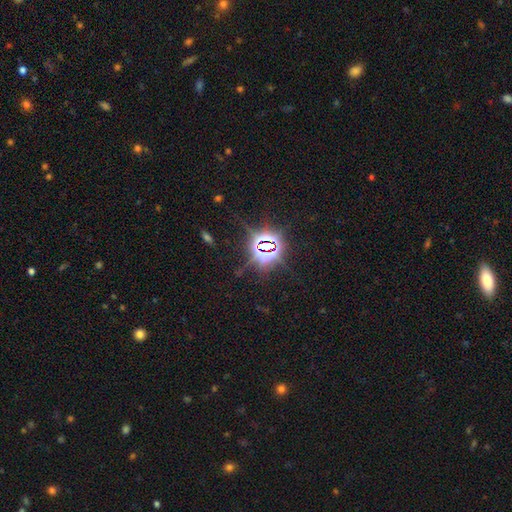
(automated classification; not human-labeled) Smooth or featured?
  - star or artifact: 82% *
  - smooth: 10%
  - featured or disk: 8%